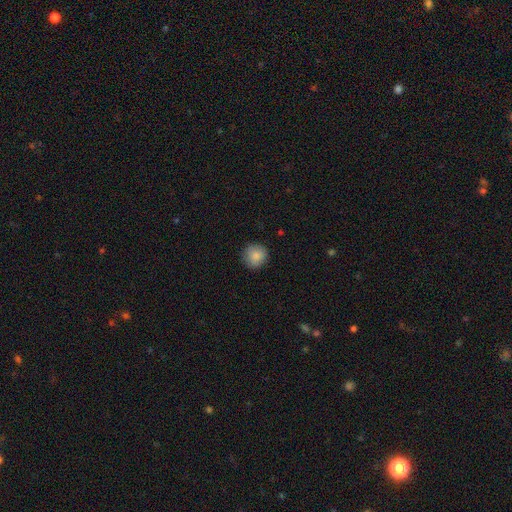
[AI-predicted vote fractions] smooth_or_featured: smooth (p=0.87) [alt: star or artifact p=0.08]
how_rounded: round (p=0.92) [alt: in between p=0.07]
merging: none (p=0.87) [alt: minor disturbance p=0.10]